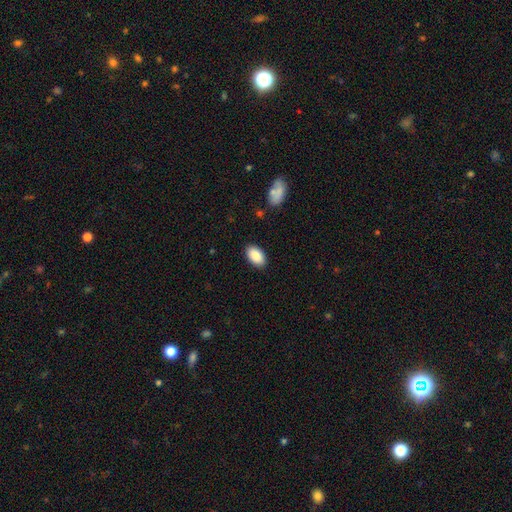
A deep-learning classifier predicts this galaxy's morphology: Smooth or featured: smooth — 89% (star or artifact — 6%)
How rounded: in between — 93% (round — 5%)
Merging: none — 88% (minor disturbance — 9%)